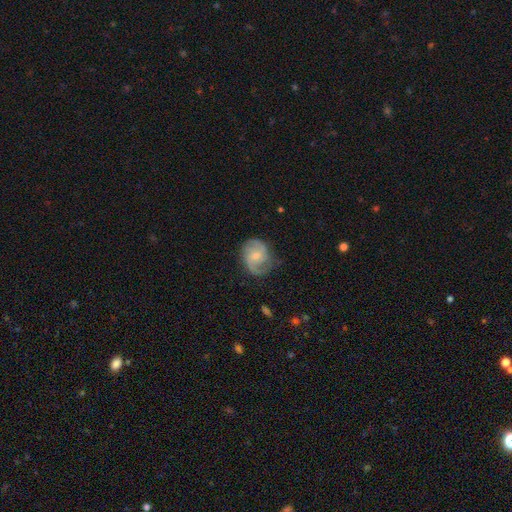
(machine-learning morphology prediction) The model was most divided on "bar": no: 48%, weak: 44%, strong: 8%. More confident: edge-on disk — no (98%); spiral arms — yes (95%); spiral arm count — 2 (77%); smooth or featured — featured or disk (76%); merging — none (70%); bulge size — small (58%); spiral winding — medium (50%).